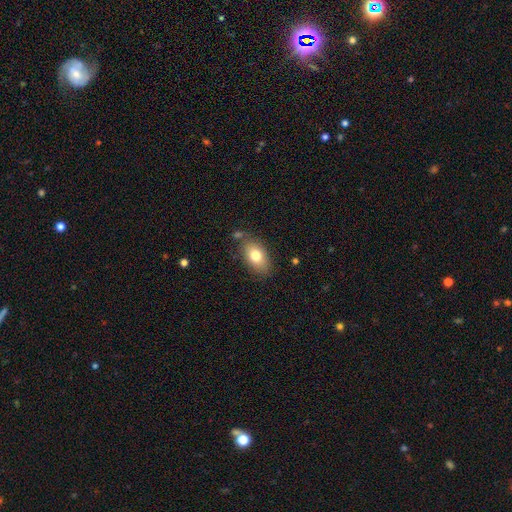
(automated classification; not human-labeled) Overall: smooth (76%). How rounded: in between (88%). Merging: none (73%).